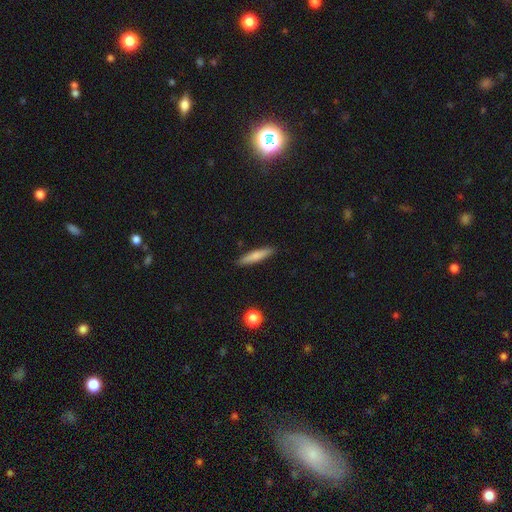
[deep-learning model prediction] Smooth or featured?
  - smooth: 74% *
  - featured or disk: 20%
  - star or artifact: 6%
How rounded?
  - cigar-shaped: 87% *
  - in between: 12%
  - round: 2%
Merging?
  - none: 89% *
  - minor disturbance: 8%
  - major disturbance: 2%
  - merger: 1%